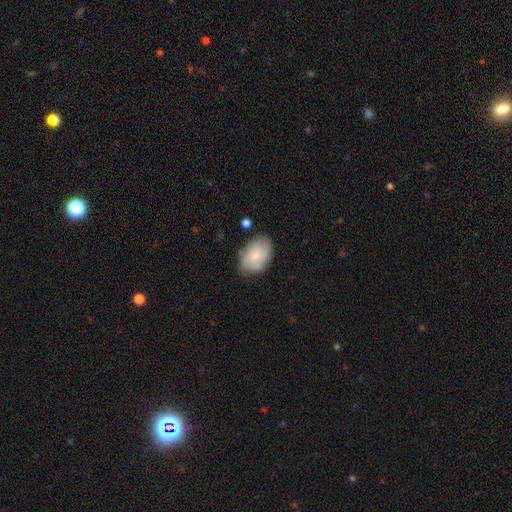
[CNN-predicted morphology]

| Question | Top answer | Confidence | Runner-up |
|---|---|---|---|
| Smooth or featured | smooth | 63% | featured or disk (30%) |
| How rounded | in between | 85% | round (14%) |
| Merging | none | 71% | minor disturbance (22%) |